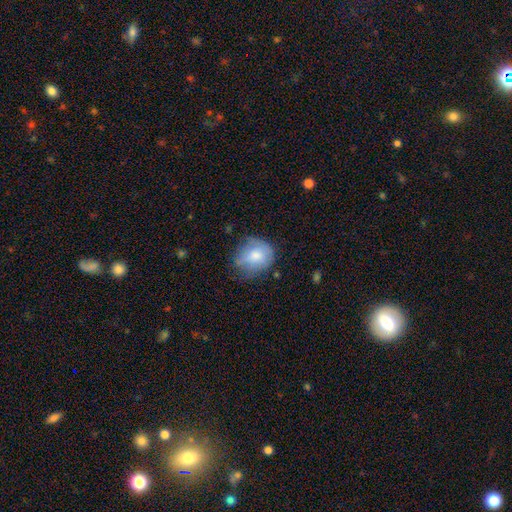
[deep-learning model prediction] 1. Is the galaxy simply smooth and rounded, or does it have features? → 72% smooth, 20% featured or disk, 7% star or artifact.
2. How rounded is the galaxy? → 62% round, 37% in between, 1% cigar-shaped.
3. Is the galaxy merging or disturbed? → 51% none, 35% minor disturbance, 12% major disturbance, 2% merger.